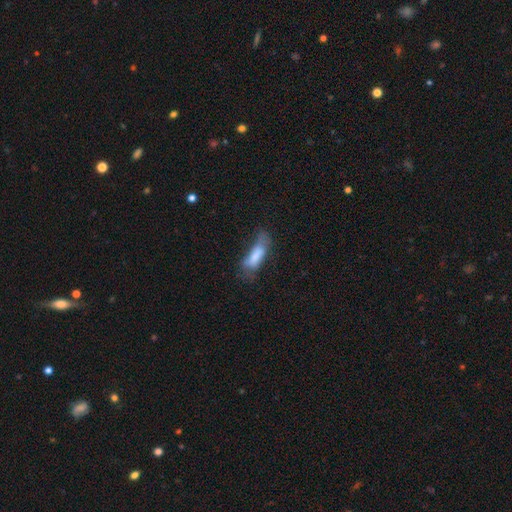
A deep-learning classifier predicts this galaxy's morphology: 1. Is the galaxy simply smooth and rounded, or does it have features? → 70% smooth, 21% featured or disk, 9% star or artifact.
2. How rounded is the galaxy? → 58% in between, 40% cigar-shaped, 2% round.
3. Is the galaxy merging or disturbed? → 34% none, 31% minor disturbance, 30% major disturbance, 5% merger.